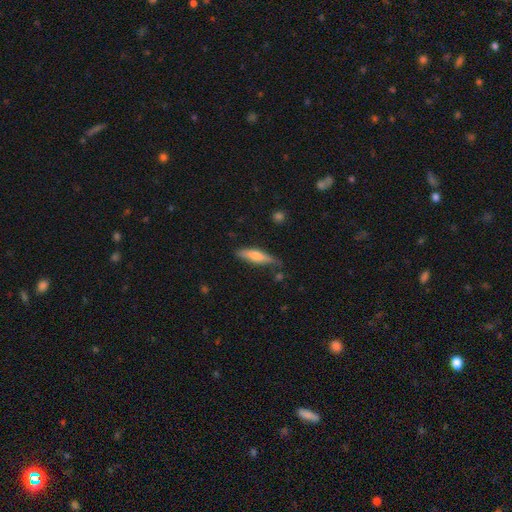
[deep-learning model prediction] smooth 58%, featured or disk 36%, star or artifact 6%. Down the decision tree: how rounded — cigar-shaped (74%); merging — none (74%).